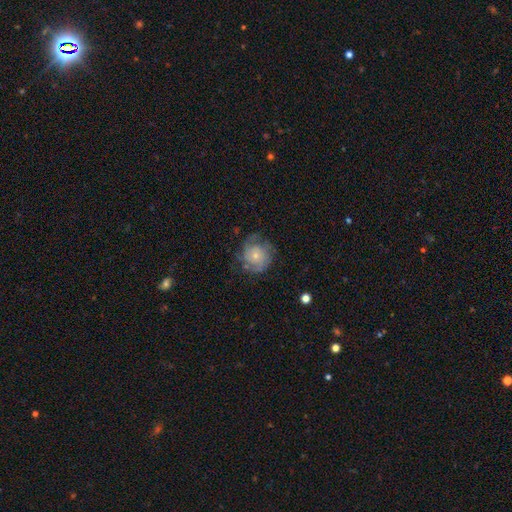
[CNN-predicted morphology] This is likely a featured or disk galaxy (61%). It is clearly not viewed edge-on (98%). Bar: clearly no (83%). Spiral arm pattern: clearly yes (83%). Central bulge: likely small (69%). Merging: likely none (60%).